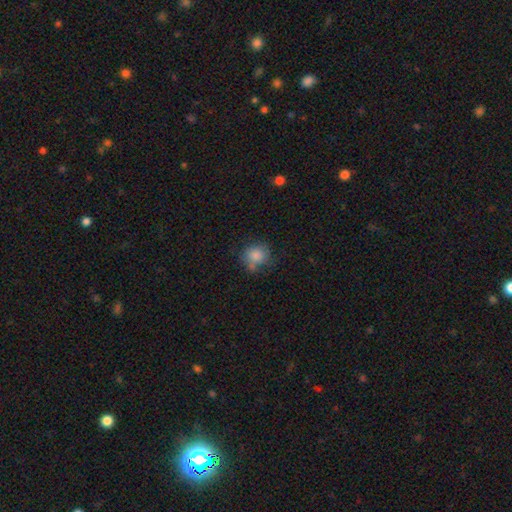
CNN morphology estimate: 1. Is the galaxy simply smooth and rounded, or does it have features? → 82% smooth, 9% star or artifact, 8% featured or disk.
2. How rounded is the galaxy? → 77% round, 22% in between, 1% cigar-shaped.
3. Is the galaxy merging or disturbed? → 58% none, 26% minor disturbance, 9% major disturbance, 7% merger.